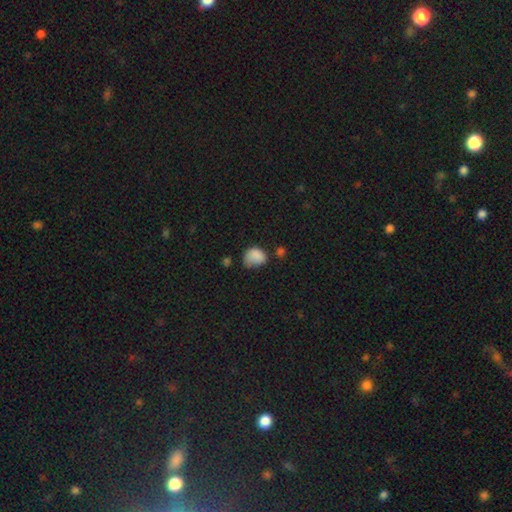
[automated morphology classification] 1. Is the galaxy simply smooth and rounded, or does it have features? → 83% smooth, 9% star or artifact, 7% featured or disk.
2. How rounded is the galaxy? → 54% in between, 45% round, 1% cigar-shaped.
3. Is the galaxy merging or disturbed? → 39% none (tied), 39% minor disturbance (tied), 17% major disturbance, 5% merger.